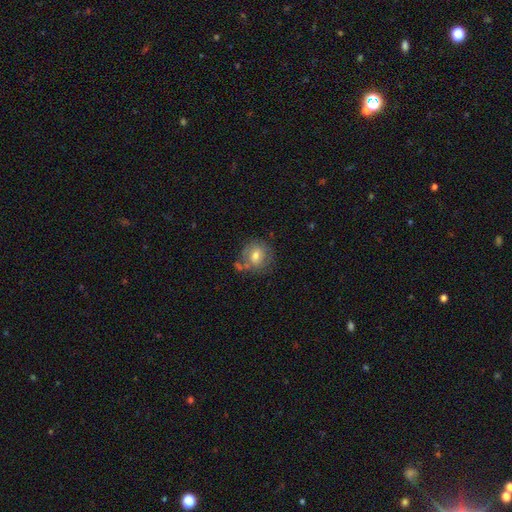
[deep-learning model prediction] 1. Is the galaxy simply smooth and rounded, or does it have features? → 59% smooth, 31% featured or disk, 9% star or artifact.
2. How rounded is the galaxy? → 79% round, 20% in between, 1% cigar-shaped.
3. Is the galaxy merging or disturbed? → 62% none, 20% minor disturbance, 11% merger, 8% major disturbance.